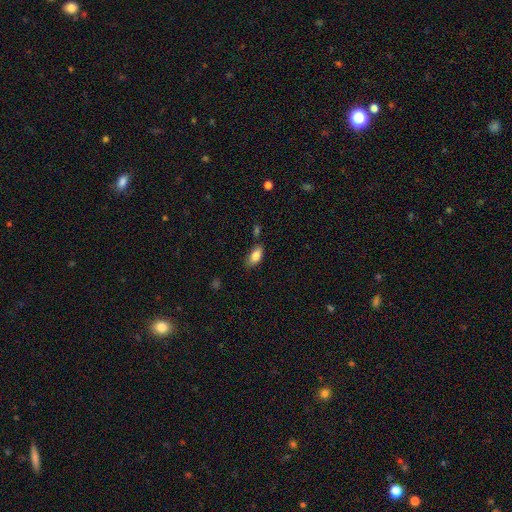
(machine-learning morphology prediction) Overall: smooth (83%). How rounded: in between (90%). Merging: none (67%).